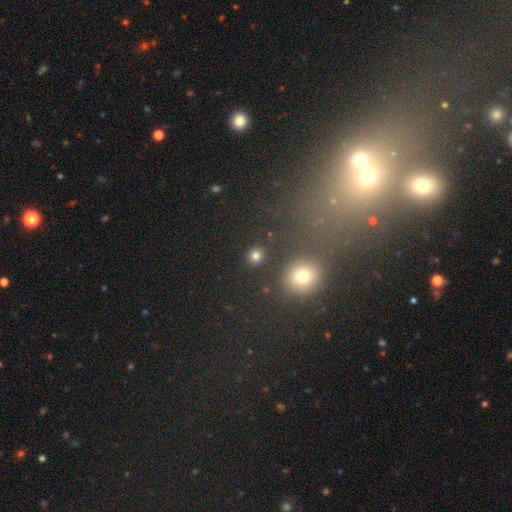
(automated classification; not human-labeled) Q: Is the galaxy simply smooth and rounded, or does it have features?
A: smooth — 80%.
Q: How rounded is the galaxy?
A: round — 82%.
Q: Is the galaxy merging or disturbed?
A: none — 88%.